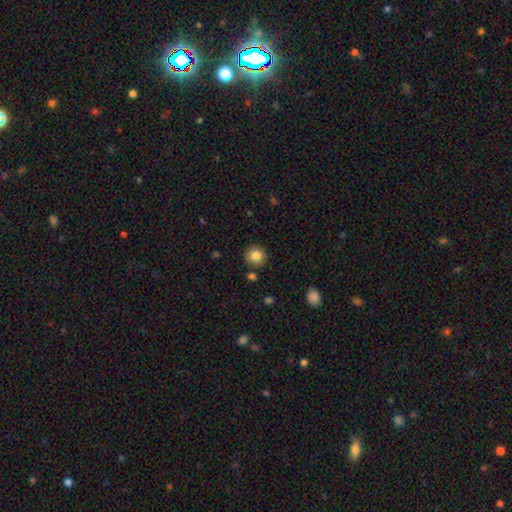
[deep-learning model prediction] Q: Smooth or featured?
A: smooth (82%); runner-up: star or artifact (10%)
Q: How rounded?
A: round (91%); runner-up: in between (8%)
Q: Merging?
A: none (87%); runner-up: minor disturbance (8%)